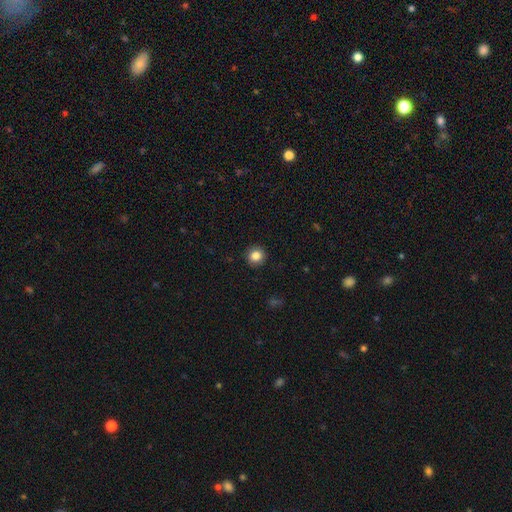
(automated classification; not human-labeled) This appears to be a smooth galaxy with no disk features (85%) that is round (92%). Merging: none (92%).